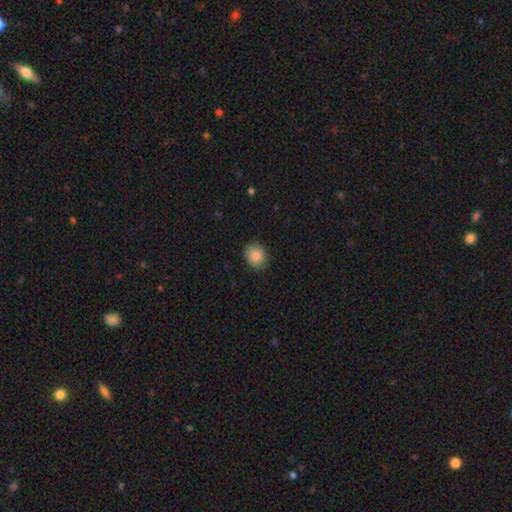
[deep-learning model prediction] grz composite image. It shows a smooth galaxy with no disk features (87%) that is round (67%). Merging: none (86%).